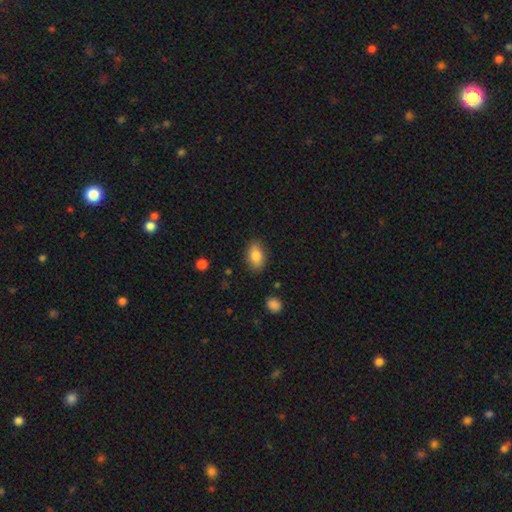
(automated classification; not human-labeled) This appears to be a smooth galaxy with no disk features (83%) that is in between round and cigar-shaped (89%). Merging: none (85%).